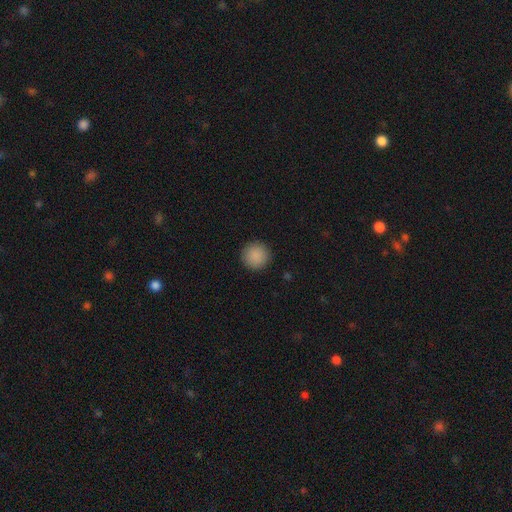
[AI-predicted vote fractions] Overall: smooth (89%). How rounded: round (95%). Merging: none (92%).